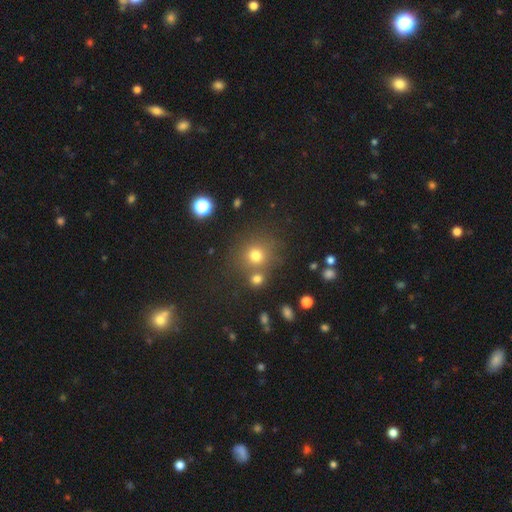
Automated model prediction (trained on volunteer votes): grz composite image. It shows a smooth galaxy with no disk features (73%) that is round (88%). Merging: none (70%).